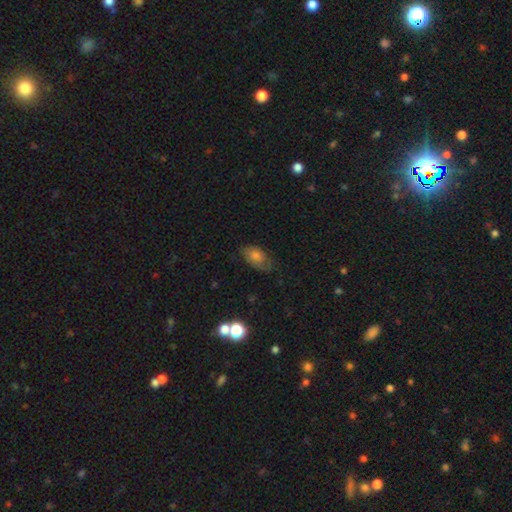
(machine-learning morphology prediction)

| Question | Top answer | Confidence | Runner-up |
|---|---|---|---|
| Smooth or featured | smooth | 66% | featured or disk (23%) |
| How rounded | in between | 86% | round (11%) |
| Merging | none | 60% | minor disturbance (28%) |